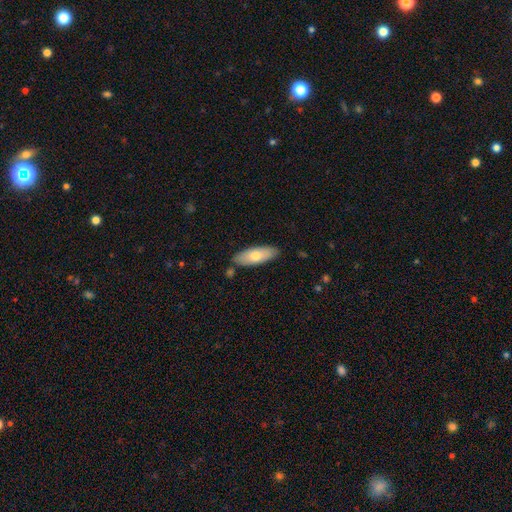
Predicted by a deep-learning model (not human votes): This is likely a smooth galaxy (70%). How rounded: likely in between (67%). Merging: clearly none (83%).